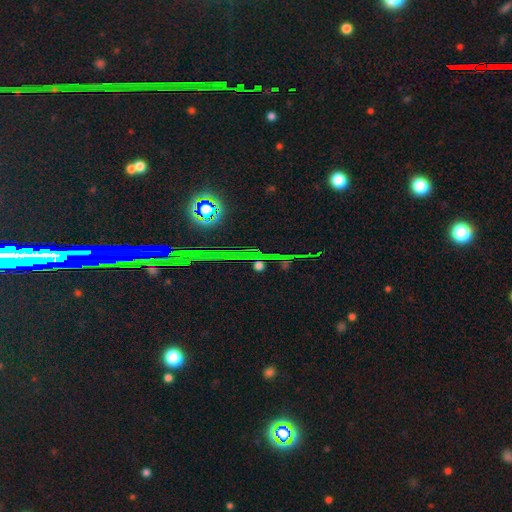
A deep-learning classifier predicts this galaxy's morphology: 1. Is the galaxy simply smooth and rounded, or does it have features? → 73% star or artifact, 13% smooth, 13% featured or disk.